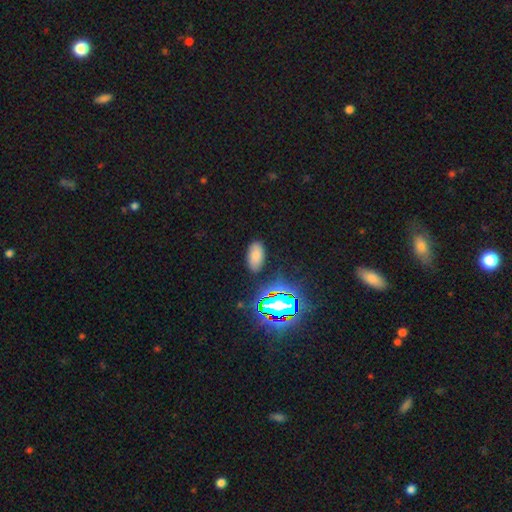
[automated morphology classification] smooth-or-featured: smooth: 71% | star or artifact: 21% | featured or disk: 7%
  how-rounded: in between: 94% | round: 3% | cigar-shaped: 3%
  merging: none: 85% | minor disturbance: 10% | major disturbance: 3% | merger: 2%